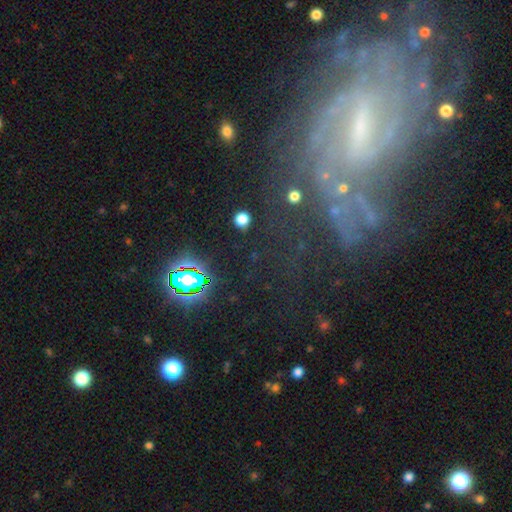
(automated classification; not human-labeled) Morphology: type=featured or disk (78%); edge-on=no (94%); bar=weak (49%); spiral arms=yes (87%); winding=tight (49%); arm count=can't tell (41%); bulge=small (52%); merging=none (57%).